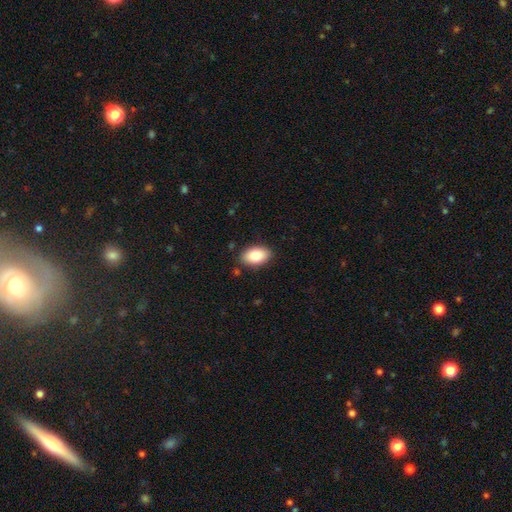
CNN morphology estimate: A smooth galaxy with no disk features (83%) that is in between round and cigar-shaped (92%). Merging: none (86%).